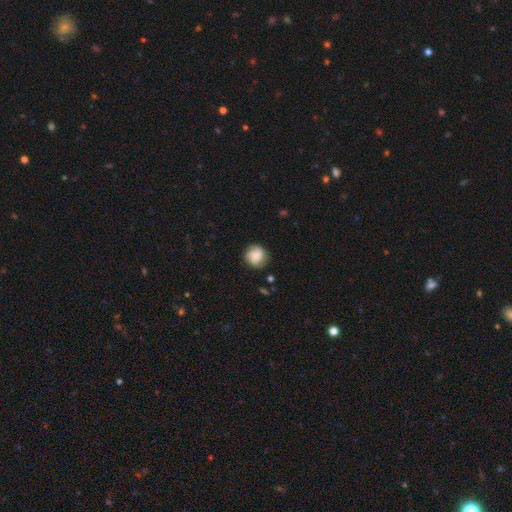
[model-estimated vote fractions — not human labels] Smooth or featured: smooth — 64% (featured or disk — 27%)
How rounded: round — 86% (in between — 13%)
Merging: none — 77% (minor disturbance — 16%)